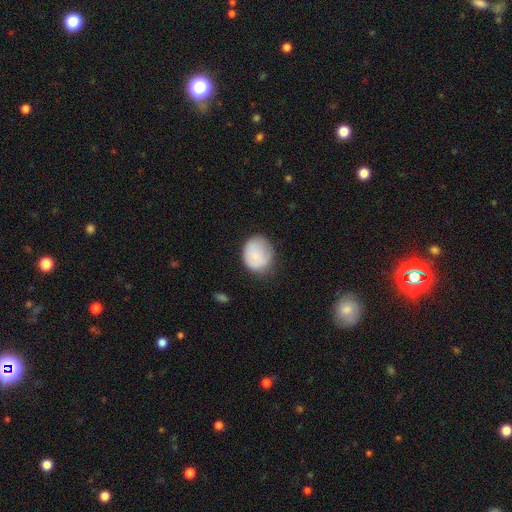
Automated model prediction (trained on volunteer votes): Smooth or featured: smooth — 81% (featured or disk — 12%)
How rounded: round — 65% (in between — 34%)
Merging: none — 61% (minor disturbance — 29%)